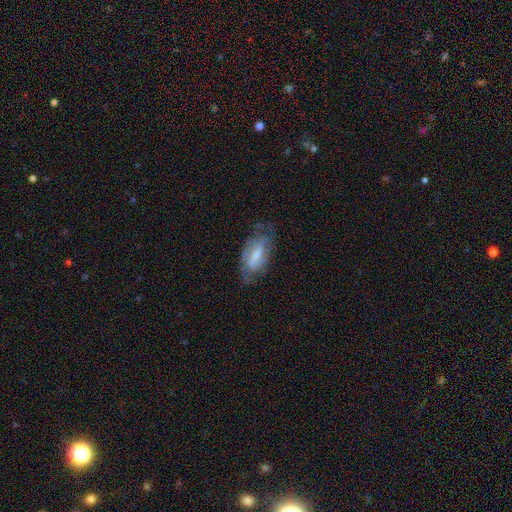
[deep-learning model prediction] featured or disk 54%, smooth 39%, star or artifact 7%. Down the decision tree: edge-on disk — no (89%); merging — none (61%).